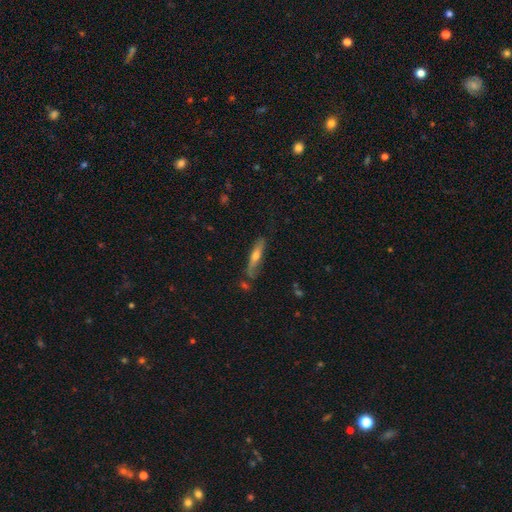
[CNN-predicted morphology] type=smooth (47%); merging=none (73%).